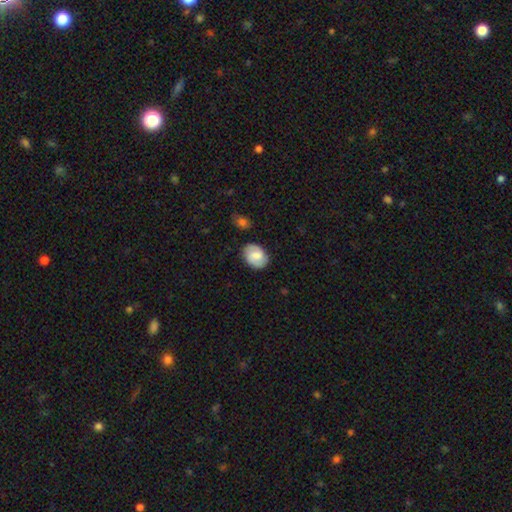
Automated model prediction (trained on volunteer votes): smooth-or-featured: smooth: 52% | featured or disk: 40% | star or artifact: 7%
  how-rounded: in between: 65% | round: 34% | cigar-shaped: 1%
  merging: none: 81% | minor disturbance: 14% | major disturbance: 3% | merger: 2%